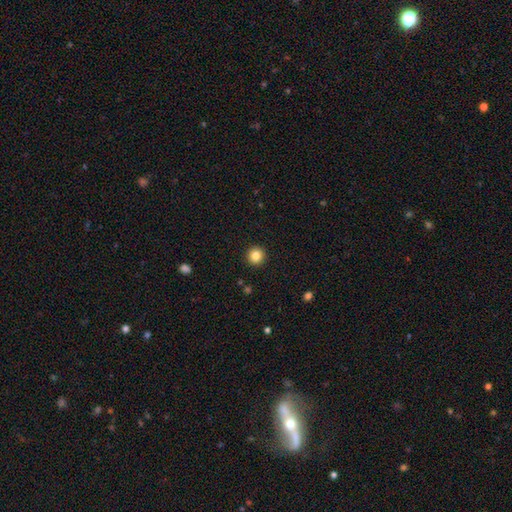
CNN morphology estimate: smooth 84%, star or artifact 11%, featured or disk 6%. Down the decision tree: how rounded — round (96%); merging — none (93%).